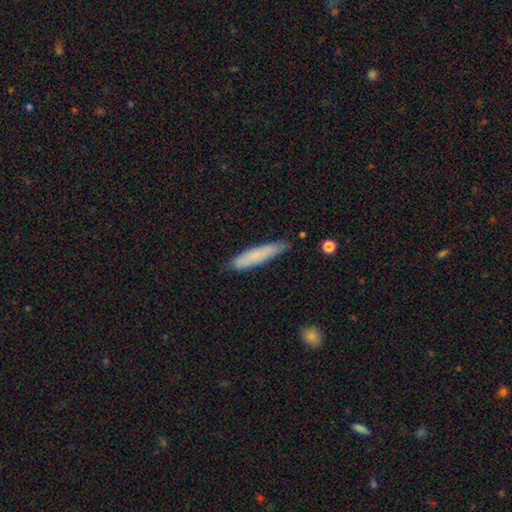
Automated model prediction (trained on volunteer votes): Morphology: type=smooth (76%); roundness=cigar-shaped (86%); merging=none (77%).